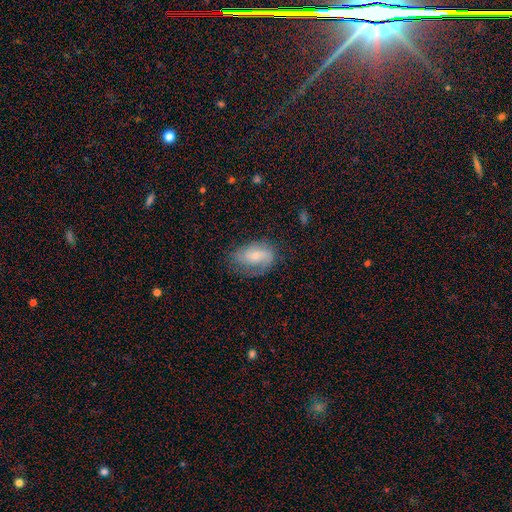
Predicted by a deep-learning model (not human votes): This is possibly a featured or disk galaxy (56%). It is clearly not viewed edge-on (95%). Bar: possibly no (51%). Spiral arm pattern: clearly yes (86%). Central bulge: possibly small (53%). Merging: likely none (61%).